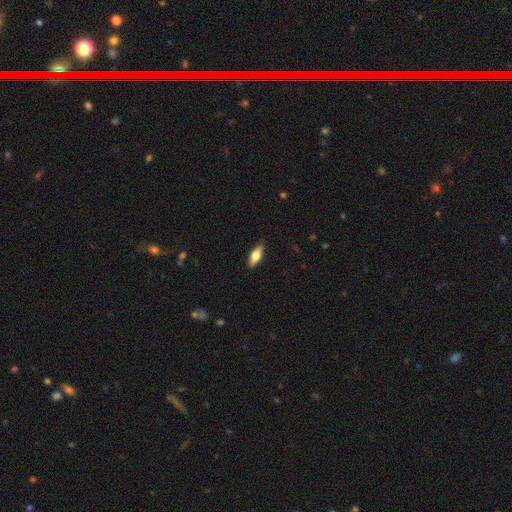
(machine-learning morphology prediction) smooth 62%, featured or disk 31%, star or artifact 6%. Down the decision tree: how rounded — in between (72%); merging — none (86%).